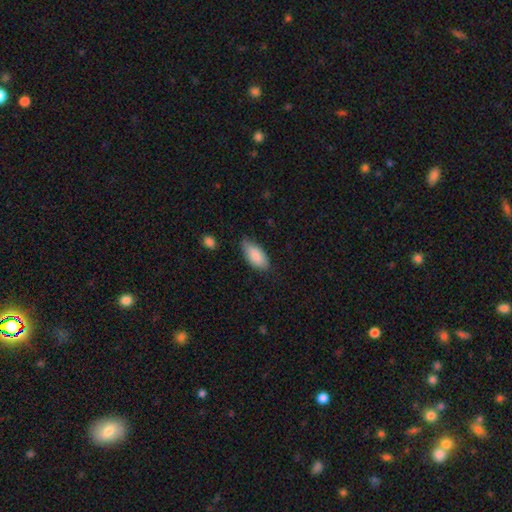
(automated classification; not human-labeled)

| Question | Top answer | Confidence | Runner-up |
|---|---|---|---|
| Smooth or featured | smooth | 84% | featured or disk (9%) |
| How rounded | in between | 92% | cigar-shaped (6%) |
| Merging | none | 63% | minor disturbance (30%) |